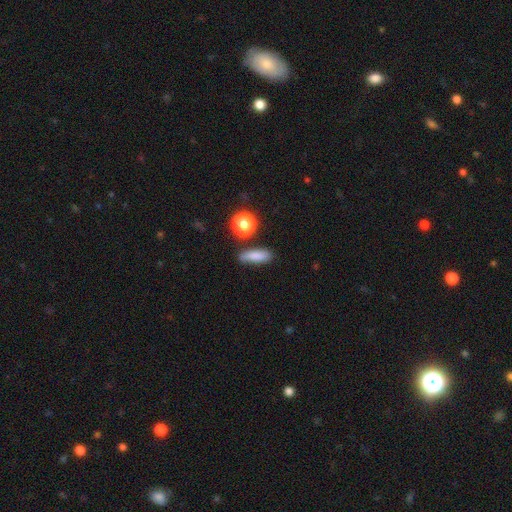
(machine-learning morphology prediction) The model was most divided on "how rounded": in between: 46%, cigar-shaped: 42%, round: 12%. More confident: smooth or featured — smooth (79%); merging — none (73%).